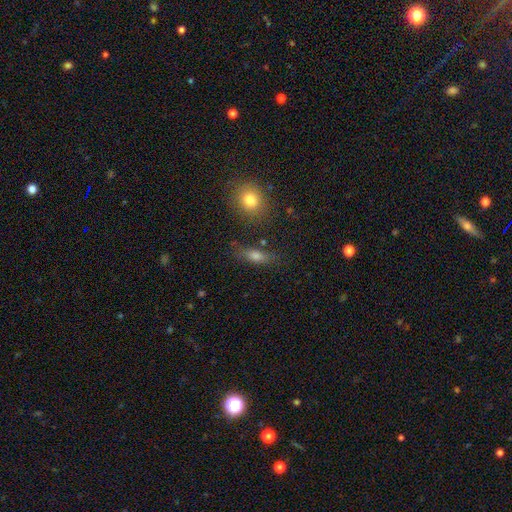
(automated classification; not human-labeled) Overall: smooth (67%). How rounded: in between (57%; cigar-shaped 34%). Merging: none (78%).